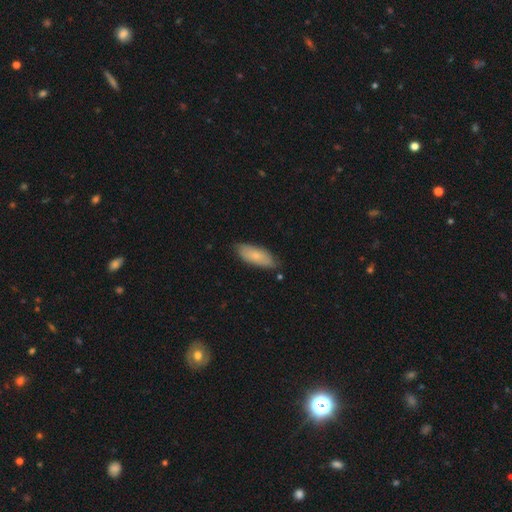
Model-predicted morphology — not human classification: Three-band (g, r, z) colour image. It shows a smooth galaxy with no disk features (73%) that is in between round and cigar-shaped (79%). Merging: none (77%).